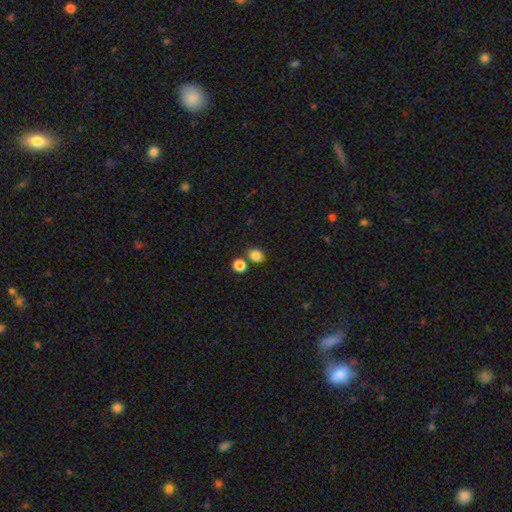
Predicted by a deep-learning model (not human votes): A smooth galaxy with no disk features (83%) that is round (60%).

Vote fractions:
- Smooth or featured? smooth: 83% / star or artifact: 12% / featured or disk: 5%
- How rounded? round: 60% / in between: 39% / cigar-shaped: 1%
- Merging? none: 74% / merger: 15% / minor disturbance: 8% / major disturbance: 3%